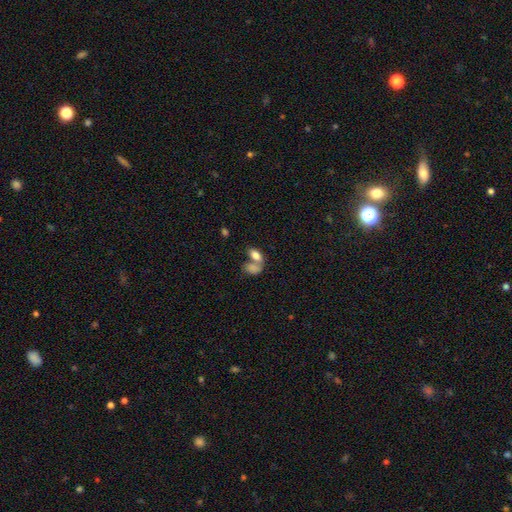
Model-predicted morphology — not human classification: The model was most divided on "merging": merger: 59%, none: 27%, minor disturbance: 9%, major disturbance: 6%. More confident: how rounded — in between (89%); smooth or featured — smooth (80%).